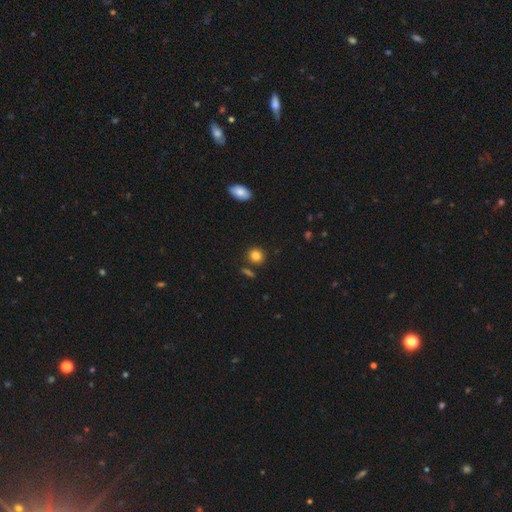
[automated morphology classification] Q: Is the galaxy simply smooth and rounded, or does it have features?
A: smooth — 84%.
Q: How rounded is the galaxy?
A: round — 82%.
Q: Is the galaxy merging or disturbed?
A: none — 84%.